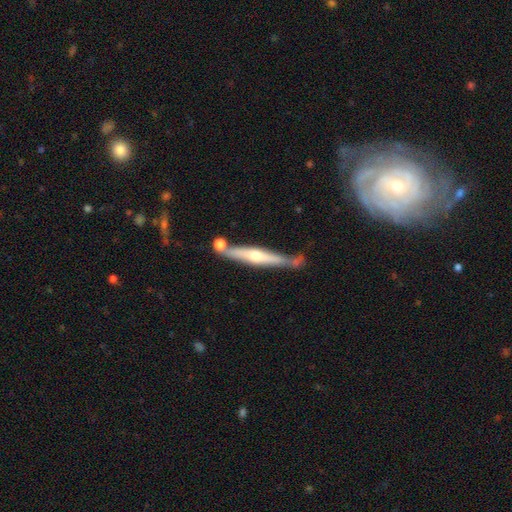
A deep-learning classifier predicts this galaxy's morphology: smooth_or_featured: featured or disk (p=0.64) [alt: smooth p=0.30]
disk_edge_on: yes (p=0.94) [alt: no p=0.06]
edge_on_bulge: rounded (p=0.82) [alt: none p=0.12]
merging: none (p=0.64) [alt: minor disturbance p=0.18]